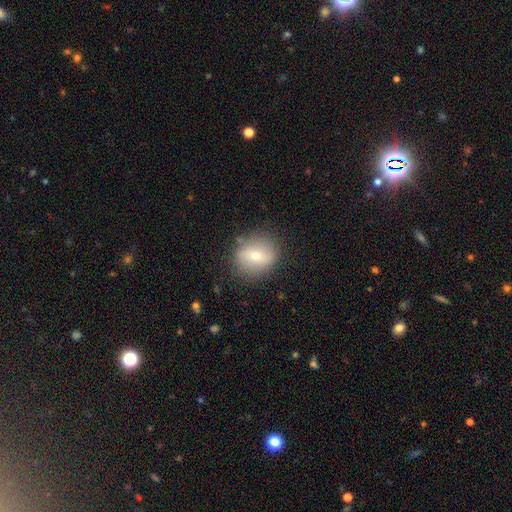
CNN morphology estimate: Smooth or featured? Predicted: smooth (p=0.67). How rounded? Predicted: round (p=0.76). Merging? Predicted: none (p=0.82).